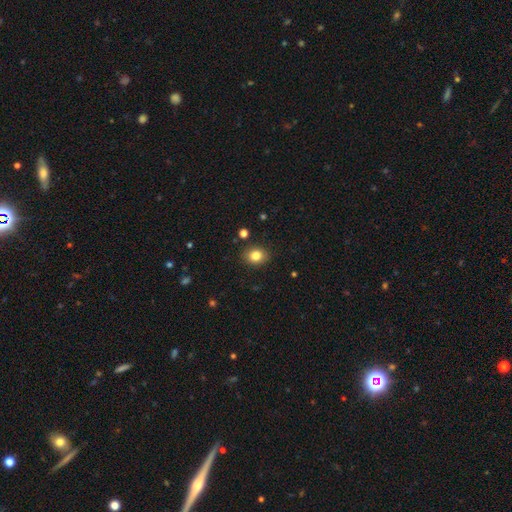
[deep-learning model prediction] Smooth or featured? Predicted: smooth (p=0.82). How rounded? Predicted: round (p=0.56). Merging? Predicted: none (p=0.88).